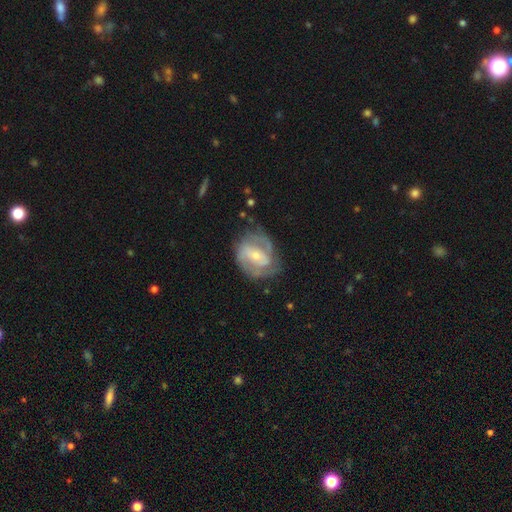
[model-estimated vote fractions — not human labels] smooth-or-featured: featured or disk: 79% | smooth: 16% | star or artifact: 5%
  disk-edge-on: no: 97% | yes: 3%
    bar: weak: 40% | strong: 32% | no: 28%
    has-spiral-arms: yes: 85% | no: 15%
      spiral-winding: medium: 45% | tight: 39% | loose: 16%
      spiral-arm-count: 2: 69% | can't tell: 16% | 3: 7% | 1: 4% | 4: 2% | more than 4: 2%
    bulge-size: small: 60% | moderate: 35% | large: 3% | none: 2% | dominant: 1%
  merging: none: 66% | minor disturbance: 20% | major disturbance: 12% | merger: 2%